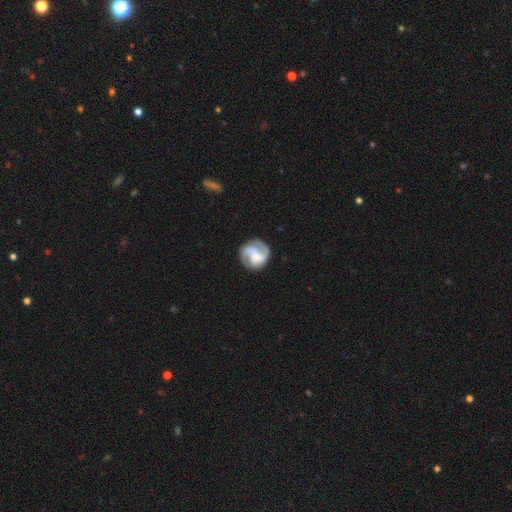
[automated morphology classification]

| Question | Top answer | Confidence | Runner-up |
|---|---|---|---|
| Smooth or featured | featured or disk | 73% | smooth (21%) |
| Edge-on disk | no | 98% | yes (2%) |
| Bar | no | 49% | weak (38%) |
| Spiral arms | yes | 93% | no (7%) |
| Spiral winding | medium | 47% | tight (31%) |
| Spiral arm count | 2 | 49% | 3 (29%) |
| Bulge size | moderate | 37% | small (32%) |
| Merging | none | 74% | minor disturbance (16%) |